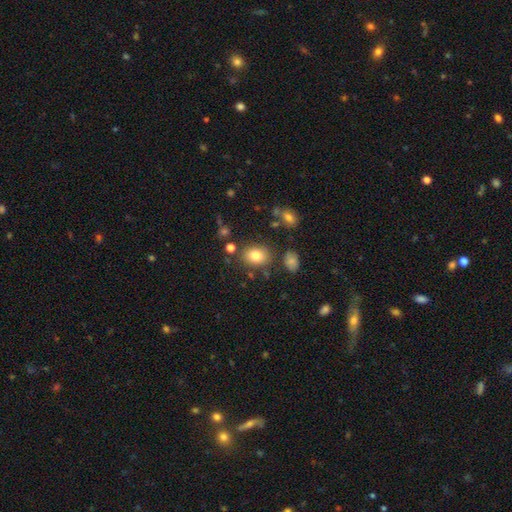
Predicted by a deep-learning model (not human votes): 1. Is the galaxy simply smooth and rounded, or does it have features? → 80% smooth, 11% star or artifact, 9% featured or disk.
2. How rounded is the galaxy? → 56% in between, 43% round, 1% cigar-shaped.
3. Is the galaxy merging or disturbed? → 79% none, 12% minor disturbance, 5% merger, 4% major disturbance.